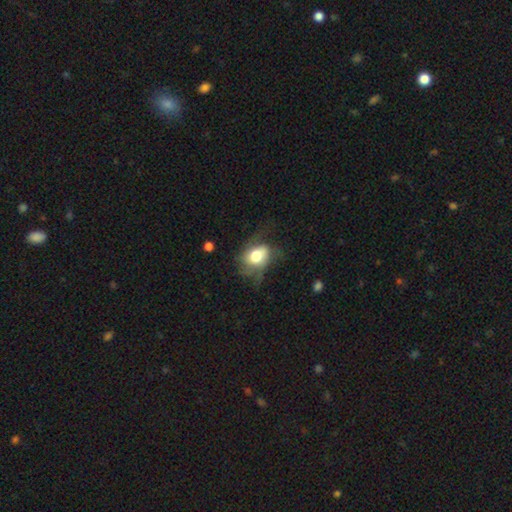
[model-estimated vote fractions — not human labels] Q: Smooth or featured?
A: smooth (58%); runner-up: featured or disk (33%)
Q: How rounded?
A: in between (63%); runner-up: round (35%)
Q: Merging?
A: none (36%); runner-up: major disturbance (34%)